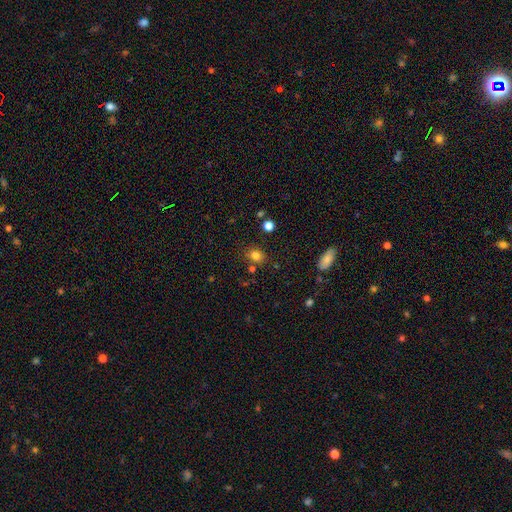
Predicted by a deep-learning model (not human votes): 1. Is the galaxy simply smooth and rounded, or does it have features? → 79% smooth, 14% star or artifact, 7% featured or disk.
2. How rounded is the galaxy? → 51% in between, 48% round, 1% cigar-shaped.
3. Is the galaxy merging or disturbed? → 76% none, 13% minor disturbance, 7% merger, 4% major disturbance.